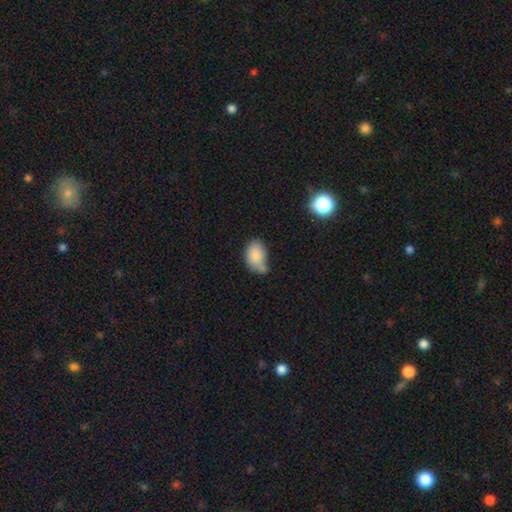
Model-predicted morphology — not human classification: Smooth or featured?
  - smooth: 83% *
  - featured or disk: 9%
  - star or artifact: 8%
How rounded?
  - in between: 83% *
  - round: 16%
  - cigar-shaped: 1%
Merging?
  - none: 37% *
  - minor disturbance: 32%
  - merger: 20%
  - major disturbance: 12%